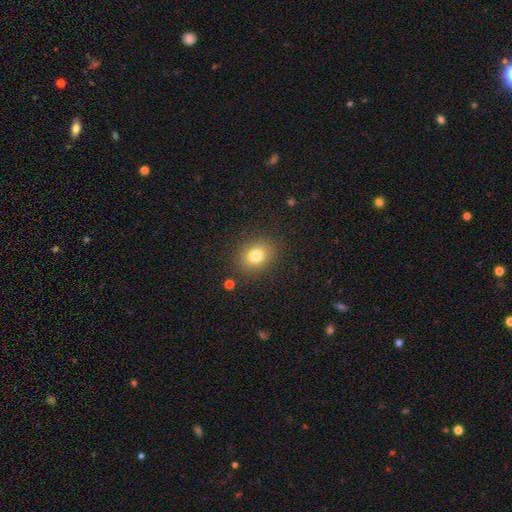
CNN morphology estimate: This appears to be a smooth galaxy with no disk features (78%) that is round (55%). Merging: none (86%).